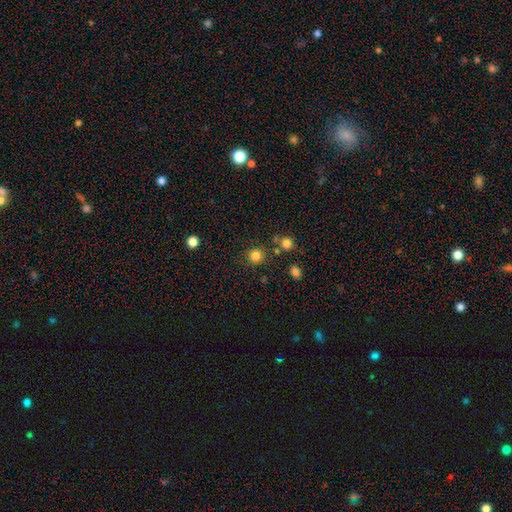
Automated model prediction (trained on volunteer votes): Smooth or featured? smooth (82%)
How rounded? round (92%)
Merging? none (83%)